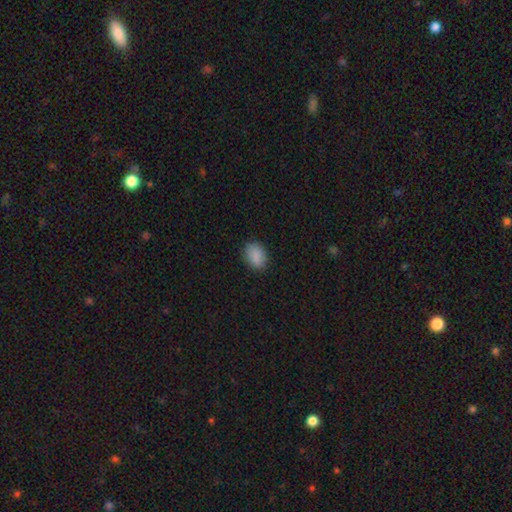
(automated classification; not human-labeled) Smooth or featured?
  - smooth: 89% *
  - star or artifact: 8%
  - featured or disk: 3%
How rounded?
  - in between: 74% *
  - round: 25%
  - cigar-shaped: 1%
Merging?
  - none: 85% *
  - minor disturbance: 11%
  - major disturbance: 3%
  - merger: 1%